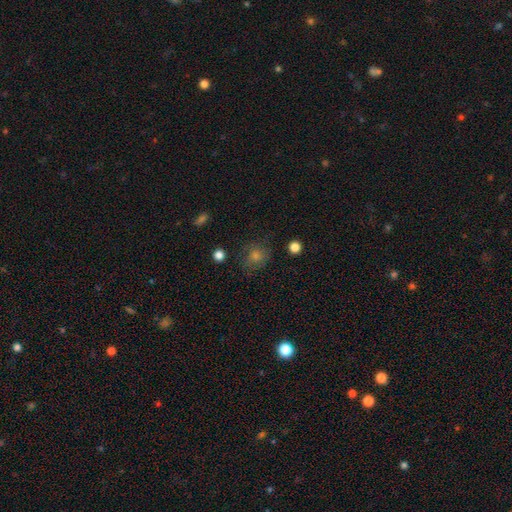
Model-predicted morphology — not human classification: The model was most divided on "smooth or featured": smooth: 61%, star or artifact: 23%, featured or disk: 16%. More confident: how rounded — round (75%); merging — none (74%).